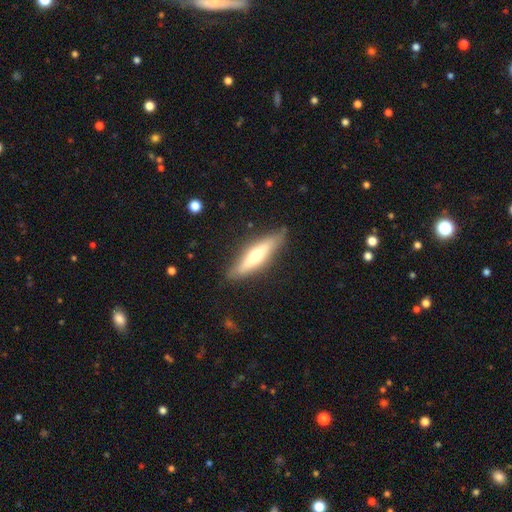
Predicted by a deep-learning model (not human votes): Smooth or featured? Predicted: featured or disk (p=0.48). Merging? Predicted: none (p=0.84).